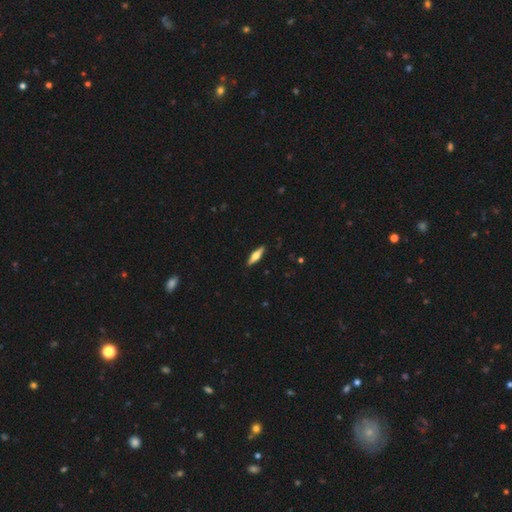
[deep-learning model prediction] Smooth or featured?
  - smooth: 49% *
  - featured or disk: 45%
  - star or artifact: 6%
Merging?
  - none: 90% *
  - minor disturbance: 8%
  - major disturbance: 2%
  - merger: 1%